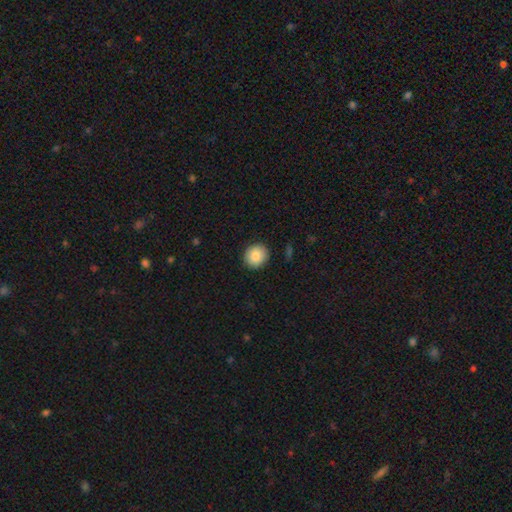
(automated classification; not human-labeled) Smooth or featured: smooth — 86% (star or artifact — 8%)
How rounded: round — 80% (in between — 19%)
Merging: none — 90% (minor disturbance — 7%)